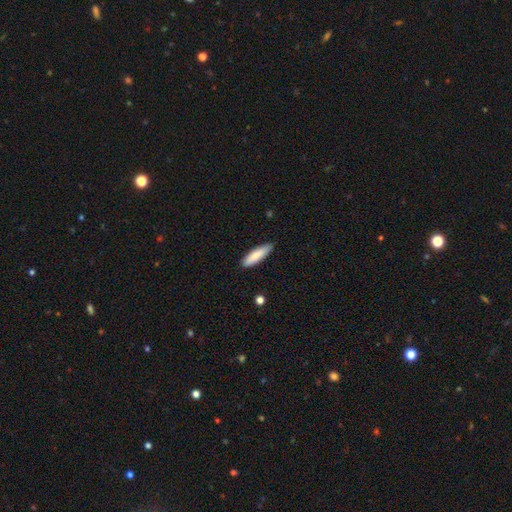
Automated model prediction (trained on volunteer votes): Smooth or featured?
  - smooth: 83% *
  - featured or disk: 12%
  - star or artifact: 5%
How rounded?
  - cigar-shaped: 68% *
  - in between: 30%
  - round: 1%
Merging?
  - none: 87% *
  - minor disturbance: 10%
  - major disturbance: 2%
  - merger: 1%